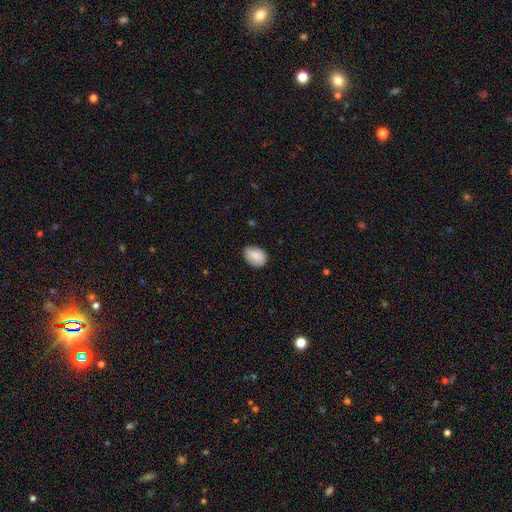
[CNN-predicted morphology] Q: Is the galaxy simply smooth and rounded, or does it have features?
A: smooth — 81%.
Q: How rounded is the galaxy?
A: in between — 74%.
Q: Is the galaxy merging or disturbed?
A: none — 77%.